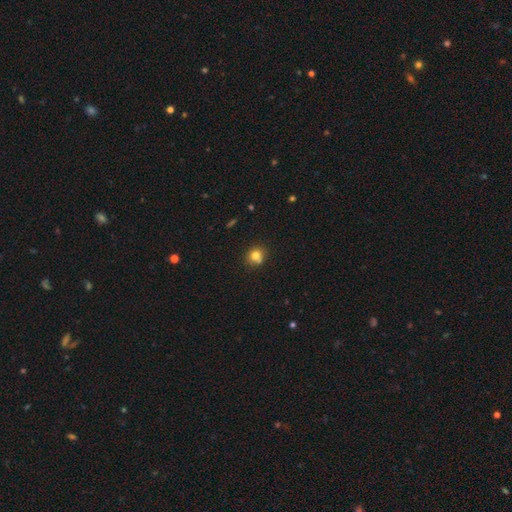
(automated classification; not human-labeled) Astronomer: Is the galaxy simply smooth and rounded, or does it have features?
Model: smooth — 78%.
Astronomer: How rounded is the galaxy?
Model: round — 83%.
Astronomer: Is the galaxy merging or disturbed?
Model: none — 67%.